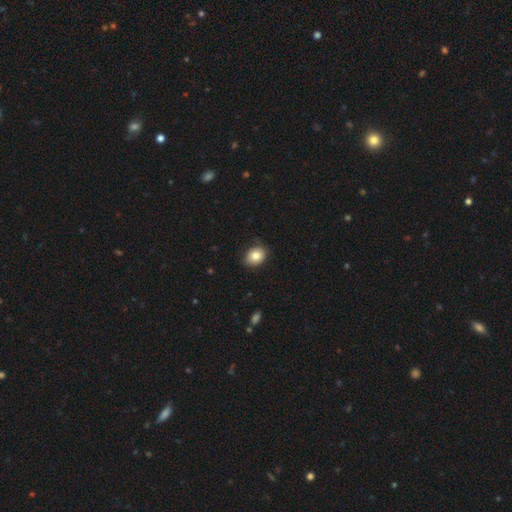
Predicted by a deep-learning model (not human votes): Morphology: type=smooth (82%); roundness=in between (59%); merging=none (85%).